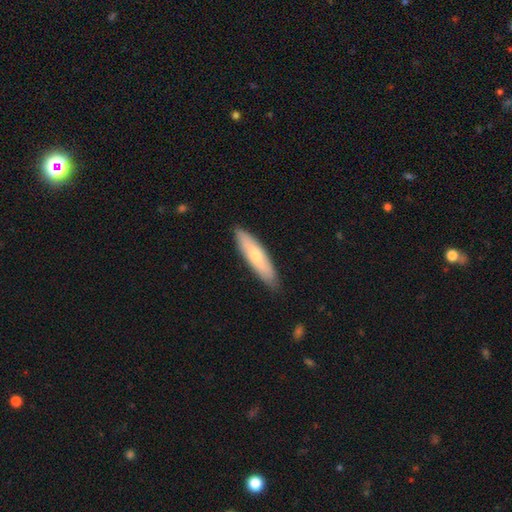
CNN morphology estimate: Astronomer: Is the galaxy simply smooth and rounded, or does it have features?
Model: smooth — 65%.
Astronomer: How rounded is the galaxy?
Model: cigar-shaped — 71%.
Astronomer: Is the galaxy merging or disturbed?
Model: none — 86%.